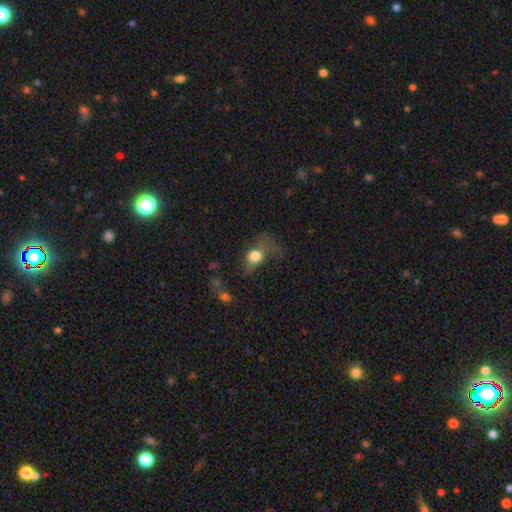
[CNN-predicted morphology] The model was most divided on "how rounded": in between: 55%, round: 42%, cigar-shaped: 3%. Remaining: smooth or featured — smooth (67%); merging — major disturbance (48%).